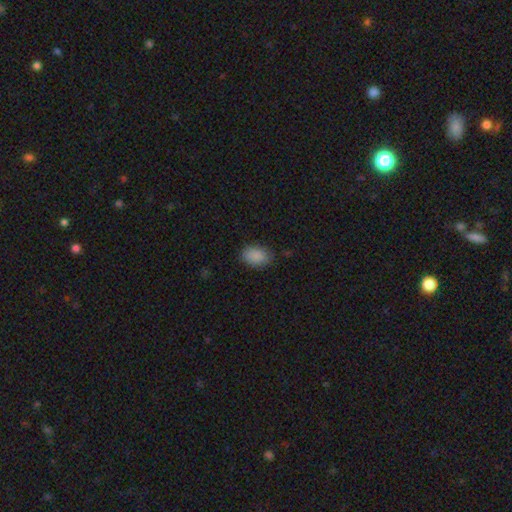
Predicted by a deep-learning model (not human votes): This is clearly a smooth galaxy (88%). How rounded: clearly in between (87%). Merging: clearly none (82%).